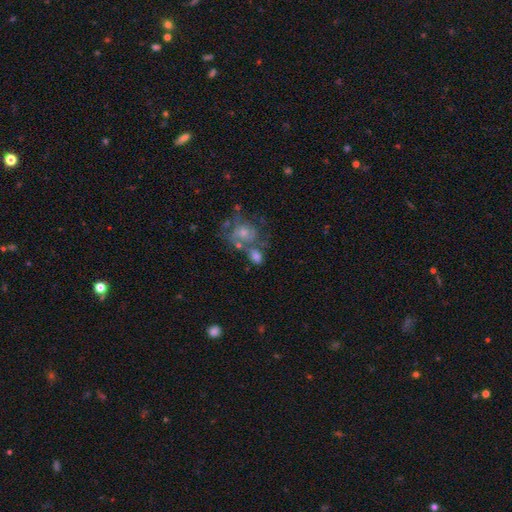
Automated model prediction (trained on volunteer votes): A smooth galaxy with no disk features (56%) that is in between round and cigar-shaped (69%). Merging: merger (37%).